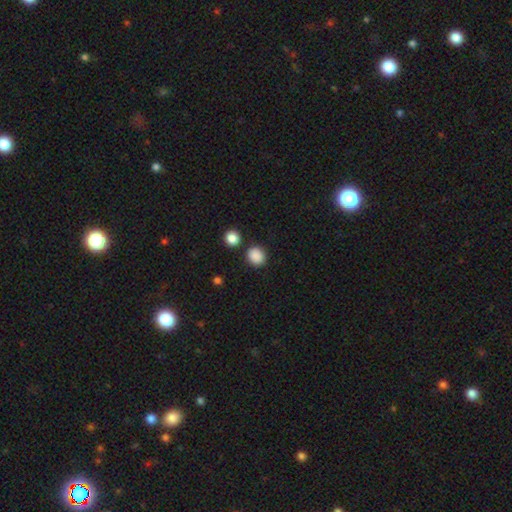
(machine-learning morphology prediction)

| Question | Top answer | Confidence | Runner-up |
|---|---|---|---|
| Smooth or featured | smooth | 87% | star or artifact (10%) |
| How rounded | round | 73% | in between (26%) |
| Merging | none | 83% | minor disturbance (9%) |